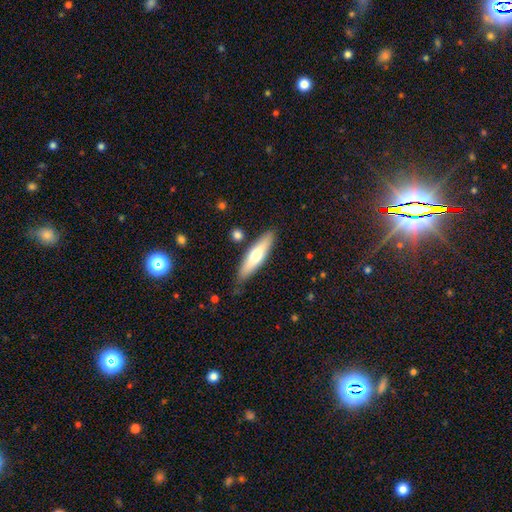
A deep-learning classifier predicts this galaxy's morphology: type=smooth (59%); roundness=cigar-shaped (71%); merging=none (83%).